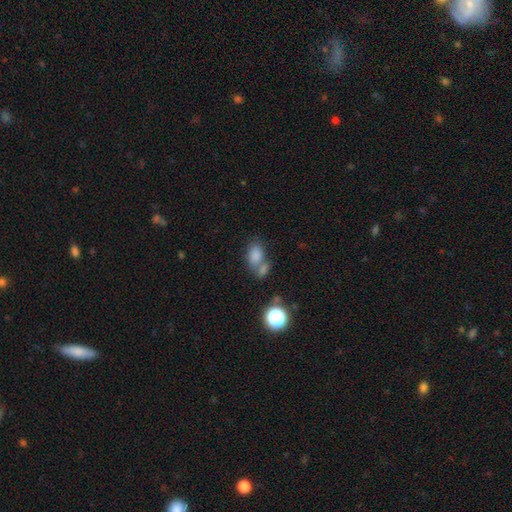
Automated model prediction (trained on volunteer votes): smooth 79%, star or artifact 12%, featured or disk 9%. Down the decision tree: how rounded — in between (82%); merging — merger (45%).